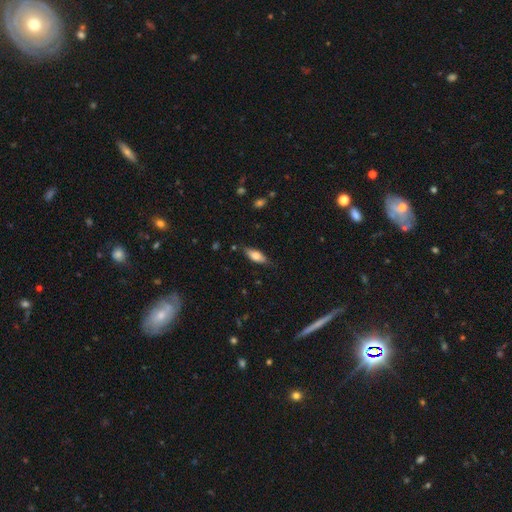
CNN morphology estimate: type=smooth (66%); roundness=in between (69%); merging=none (78%).